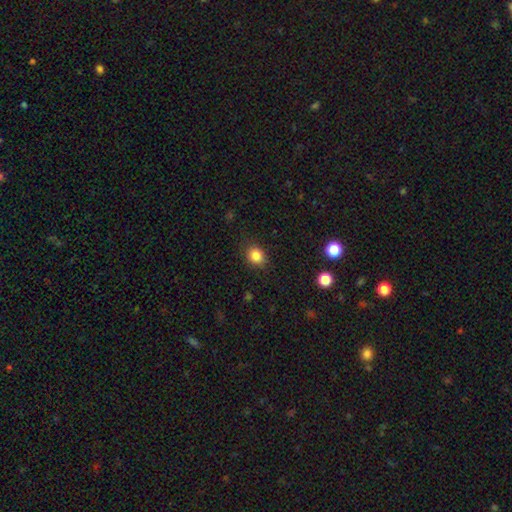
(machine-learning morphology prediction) Smooth or featured? smooth (84%)
How rounded? round (69%)
Merging? none (84%)